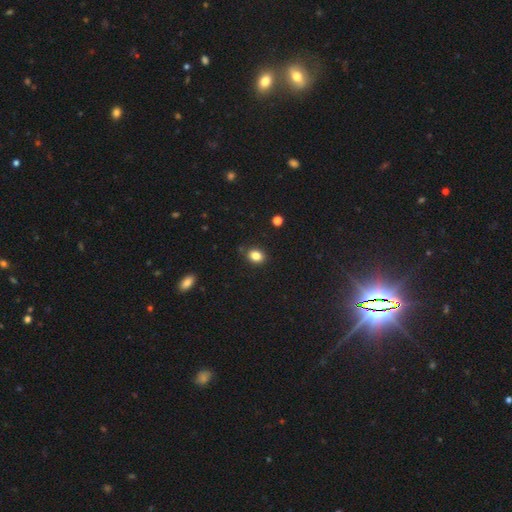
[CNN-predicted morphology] A smooth galaxy with no disk features (84%) that is in between round and cigar-shaped (50%). Merging: none (87%).